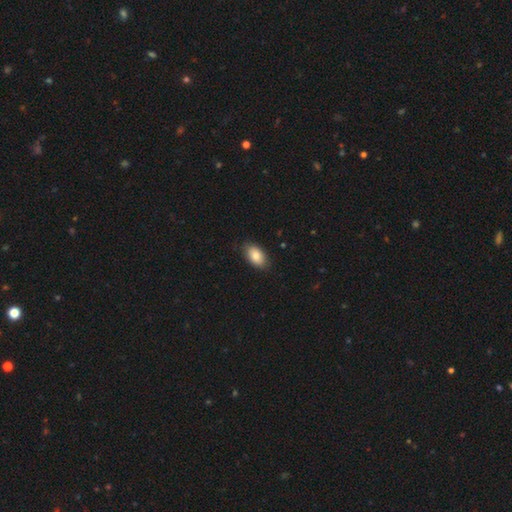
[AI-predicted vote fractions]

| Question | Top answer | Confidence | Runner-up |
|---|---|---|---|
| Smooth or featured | smooth | 83% | featured or disk (10%) |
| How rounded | in between | 93% | round (5%) |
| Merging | none | 84% | minor disturbance (12%) |